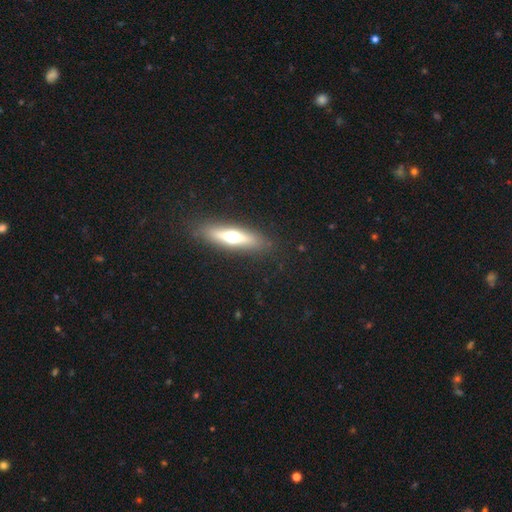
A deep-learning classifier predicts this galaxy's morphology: type=featured or disk (51%); edge-on=yes (86%); merging=none (87%).